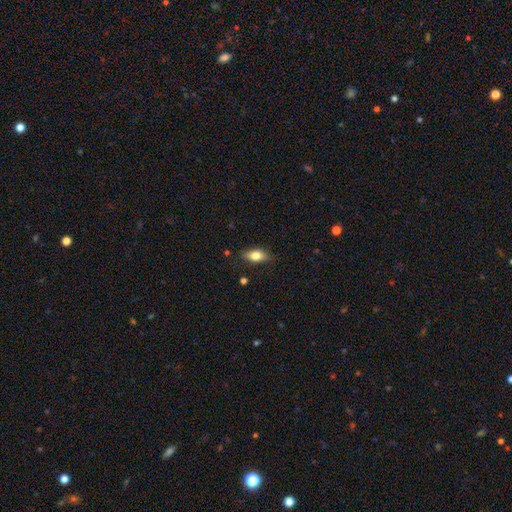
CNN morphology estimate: The model was most divided on "smooth or featured": smooth: 76%, featured or disk: 16%, star or artifact: 8%. More confident: how rounded — in between (84%); merging — none (80%).